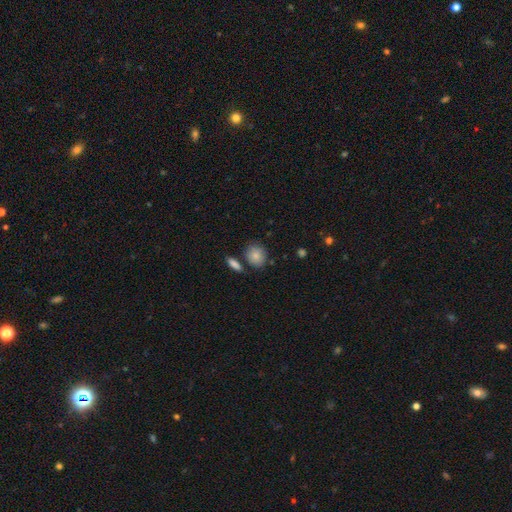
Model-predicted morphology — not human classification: This is clearly a smooth galaxy (83%). How rounded: likely round (68%). Merging: likely none (71%).